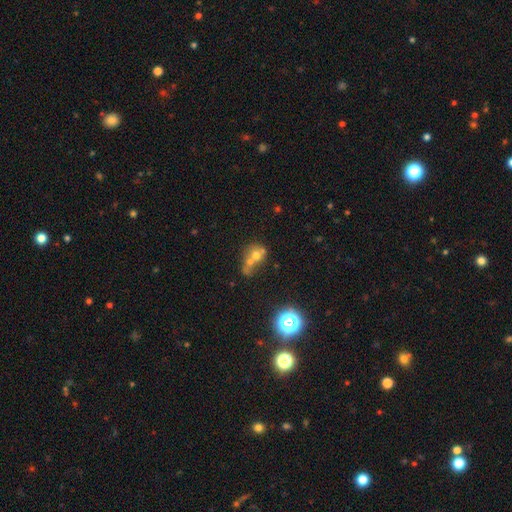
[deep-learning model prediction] Smooth or featured: smooth — 55% (featured or disk — 24%)
How rounded: round — 72% (in between — 26%)
Merging: merger — 62% (none — 26%)